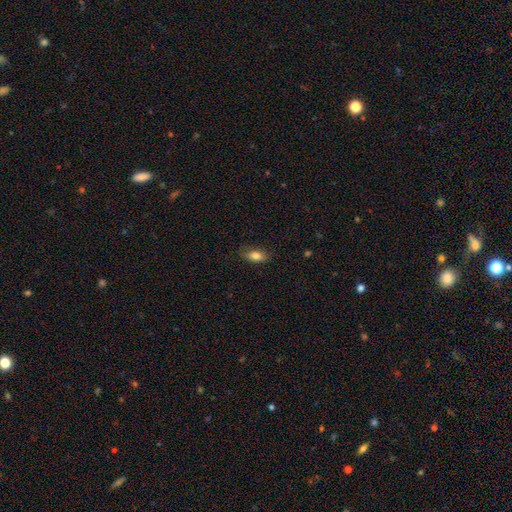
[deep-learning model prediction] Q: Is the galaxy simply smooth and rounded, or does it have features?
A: smooth — 81%.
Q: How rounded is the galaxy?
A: in between — 85%.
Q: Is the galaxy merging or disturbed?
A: none — 78%.